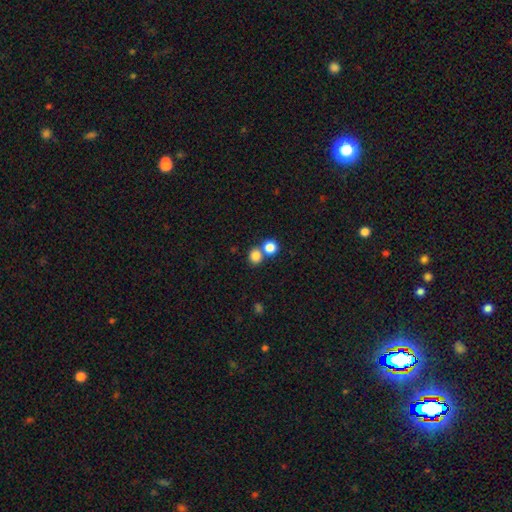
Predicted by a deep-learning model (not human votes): Smooth or featured?
  - smooth: 82% *
  - star or artifact: 12%
  - featured or disk: 6%
How rounded?
  - round: 84% *
  - in between: 15%
  - cigar-shaped: 1%
Merging?
  - none: 56% *
  - merger: 35%
  - minor disturbance: 6%
  - major disturbance: 3%